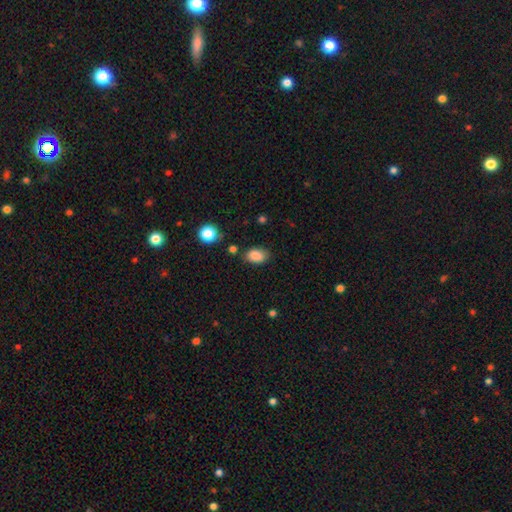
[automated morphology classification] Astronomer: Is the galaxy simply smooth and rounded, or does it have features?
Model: smooth — 86%.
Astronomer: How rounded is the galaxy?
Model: in between — 85%.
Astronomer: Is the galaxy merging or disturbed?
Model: none — 77%.